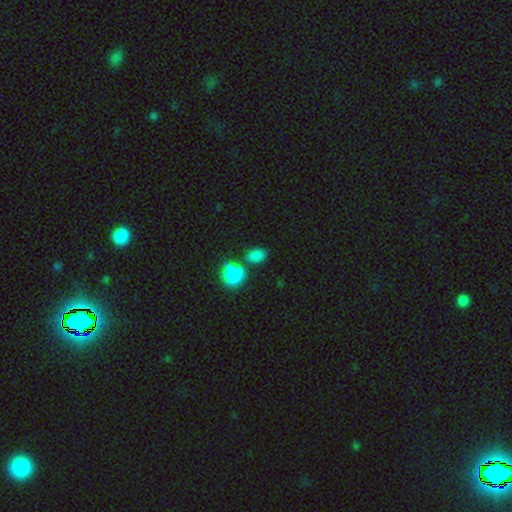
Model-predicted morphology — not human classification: This appears to be a smooth galaxy with no disk features (80%) that is in between round and cigar-shaped (66%). Merging: none (69%).